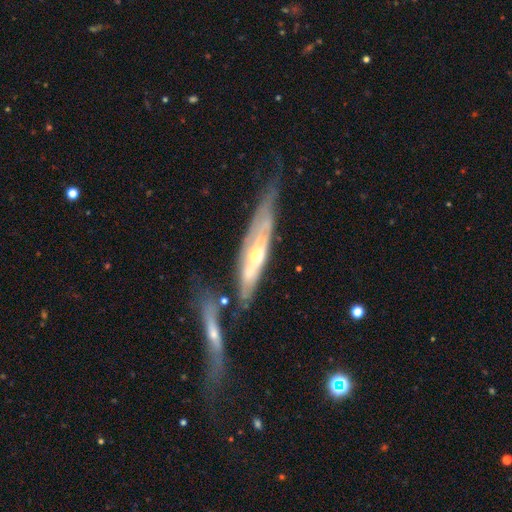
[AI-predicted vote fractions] smooth-or-featured: featured or disk: 74% | smooth: 20% | star or artifact: 6%
  disk-edge-on: yes: 52% | no: 48%
  merging: none: 50% | minor disturbance: 25% | merger: 13% | major disturbance: 12%